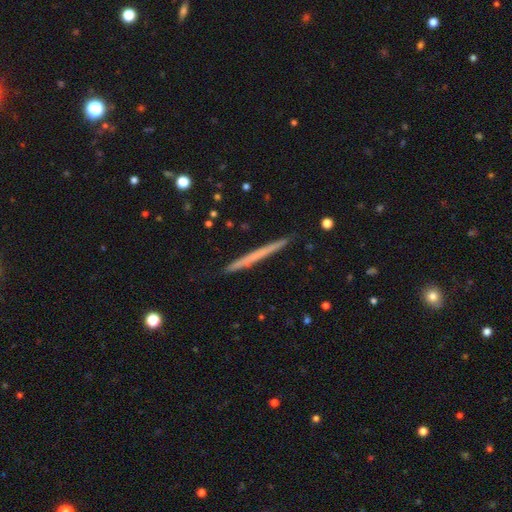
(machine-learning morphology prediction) Smooth or featured? smooth (50%)
How rounded? cigar-shaped (97%)
Merging? none (92%)